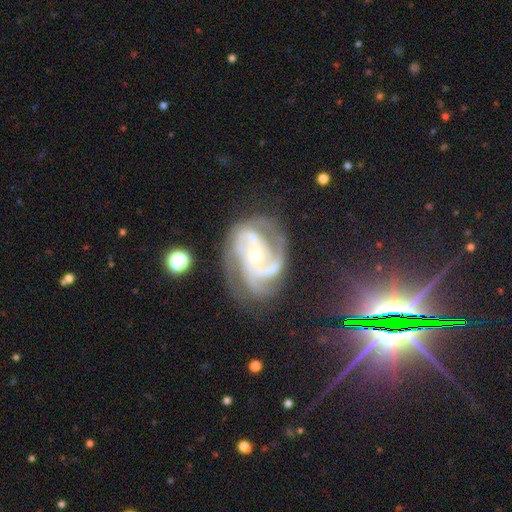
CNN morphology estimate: featured or disk 90%, star or artifact 6%, smooth 4%. Down the decision tree: edge-on disk — no (98%); bar — no (56%); spiral arms — yes (98%); spiral arm count — 3 (45%); spiral winding — tight (48%); bulge size — small (52%); merging — none (60%).